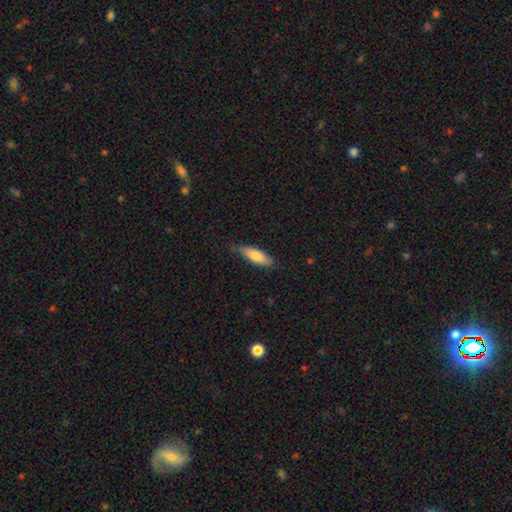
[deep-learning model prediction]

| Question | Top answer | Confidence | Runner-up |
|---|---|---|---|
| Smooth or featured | smooth | 77% | featured or disk (18%) |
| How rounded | in between | 52% | cigar-shaped (46%) |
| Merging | none | 75% | minor disturbance (20%) |